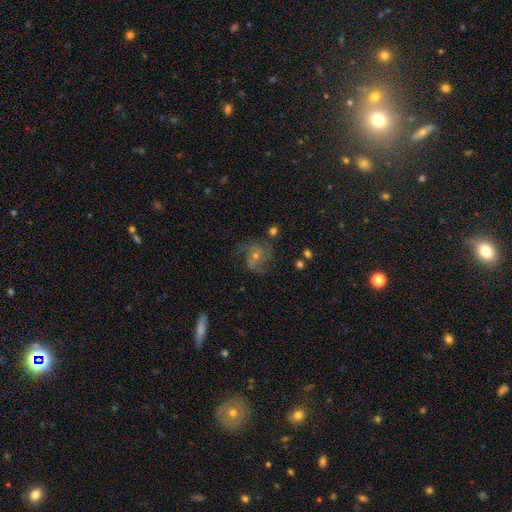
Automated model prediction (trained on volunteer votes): featured or disk 74%, star or artifact 15%, smooth 11%. Down the decision tree: edge-on disk — no (97%); bar — no (61%); spiral arms — yes (95%); spiral arm count — 2 (34%); spiral winding — medium (52%); bulge size — small (55%); merging — none (73%).